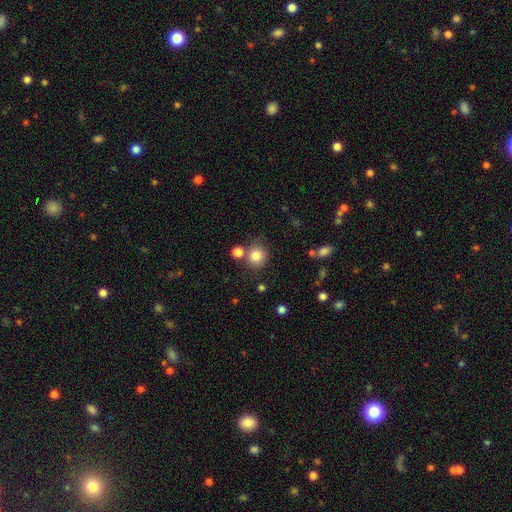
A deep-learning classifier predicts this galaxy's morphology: Smooth or featured? Predicted: smooth (p=0.83). How rounded? Predicted: round (p=0.84). Merging? Predicted: none (p=0.69).